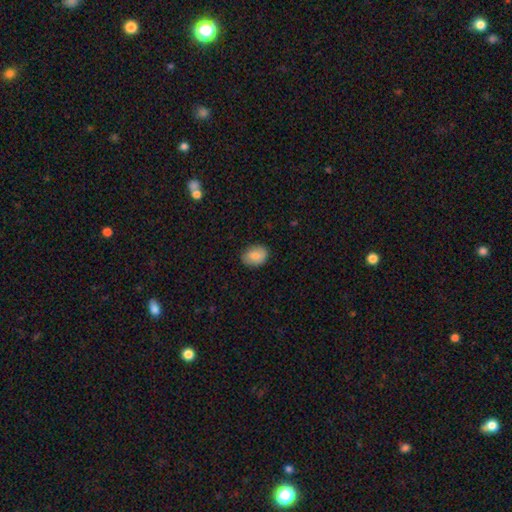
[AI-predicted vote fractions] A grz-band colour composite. It shows a smooth galaxy with no disk features (84%) that is in between round and cigar-shaped (70%). Merging: none (85%).